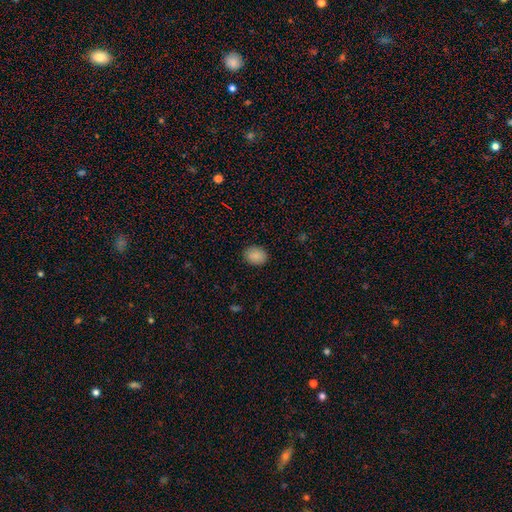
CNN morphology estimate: A smooth galaxy with no disk features (88%) that is in between round and cigar-shaped (55%).

Vote fractions:
- Smooth or featured? smooth: 88% / star or artifact: 8% / featured or disk: 3%
- How rounded? in between: 55% / round: 44% / cigar-shaped: 1%
- Merging? none: 89% / minor disturbance: 8% / major disturbance: 2% / merger: 1%